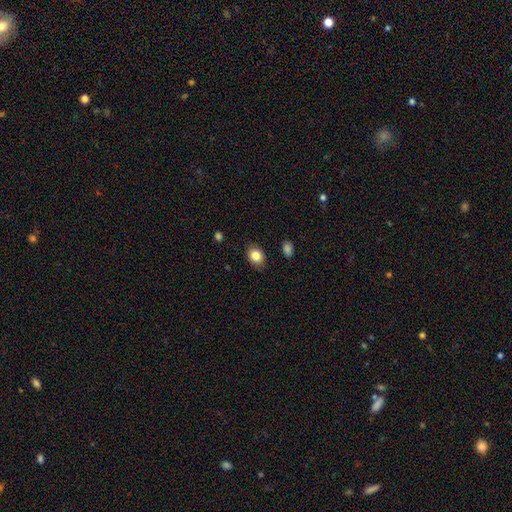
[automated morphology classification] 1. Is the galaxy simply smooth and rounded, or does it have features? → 84% smooth, 9% star or artifact, 7% featured or disk.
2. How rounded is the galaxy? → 64% in between, 35% round, 1% cigar-shaped.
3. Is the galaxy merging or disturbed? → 86% none, 10% minor disturbance, 2% major disturbance, 1% merger.